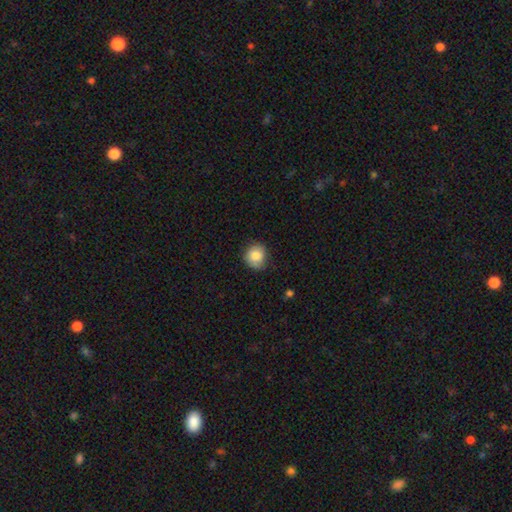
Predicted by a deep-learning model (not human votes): The model was most divided on "merging": none: 78%, minor disturbance: 17%, major disturbance: 3%, merger: 1%. More confident: how rounded — round (85%); smooth or featured — smooth (80%).